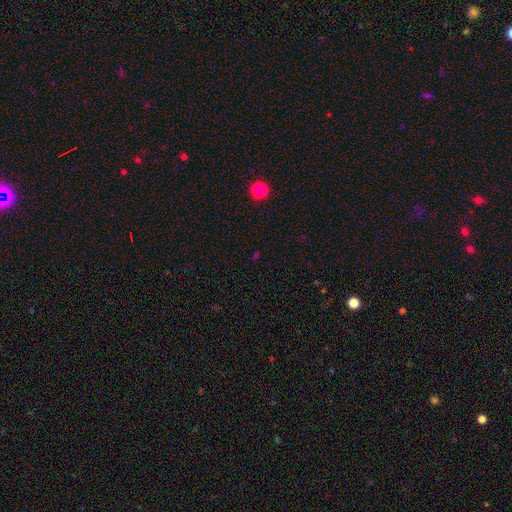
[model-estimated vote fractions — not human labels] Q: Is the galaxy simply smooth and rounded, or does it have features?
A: star or artifact — 57%.